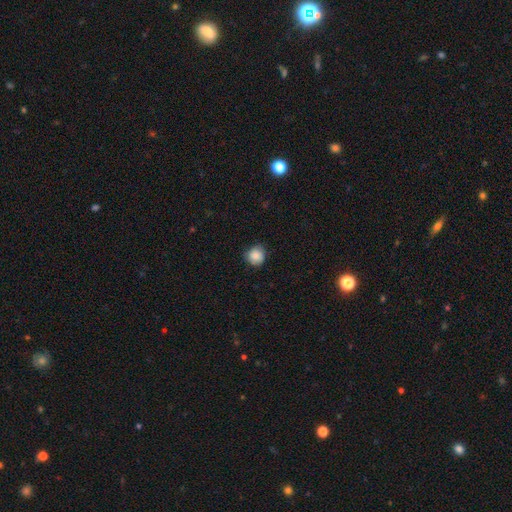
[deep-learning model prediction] Smooth or featured? Predicted: smooth (p=0.85). How rounded? Predicted: round (p=0.89). Merging? Predicted: none (p=0.77).